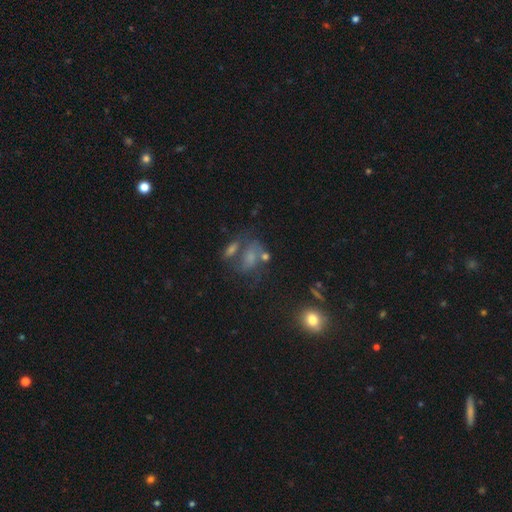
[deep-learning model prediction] A featured or disk galaxy (40%). Merging: none (40%).